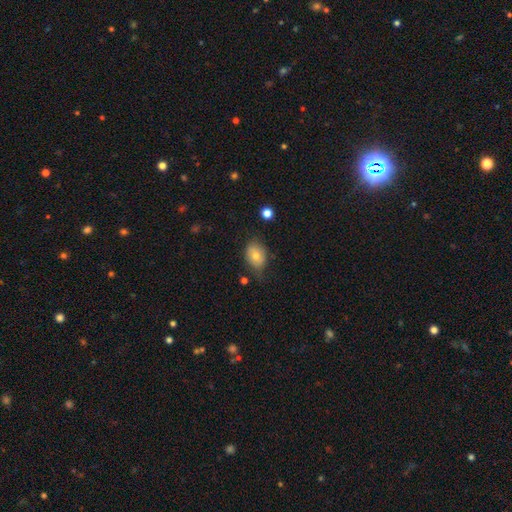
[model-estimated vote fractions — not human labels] This appears to be a smooth galaxy with no disk features (74%) that is in between round and cigar-shaped (67%). Merging: none (64%).